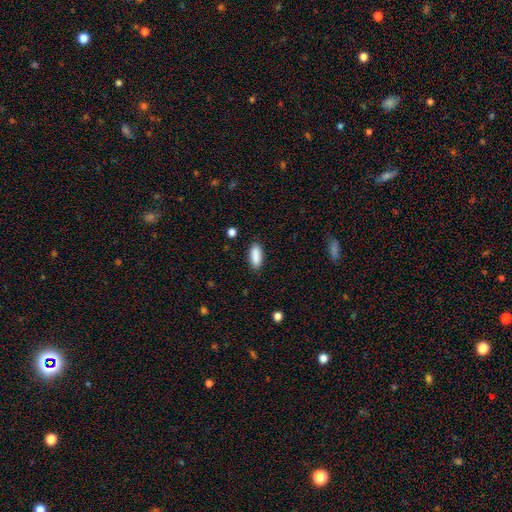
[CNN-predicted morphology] type=smooth (89%); roundness=in between (76%); merging=none (88%).